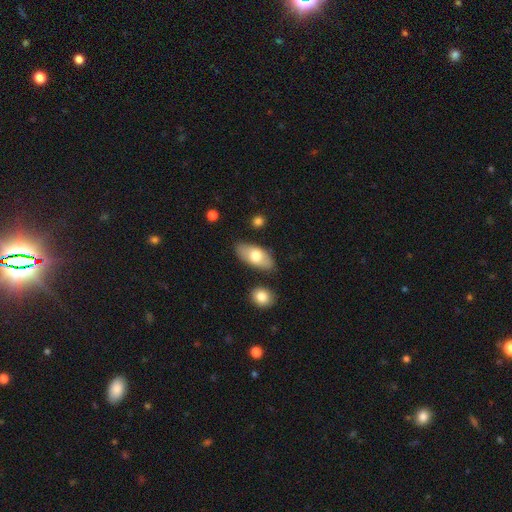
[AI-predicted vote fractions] Smooth or featured? smooth (69%)
How rounded? in between (91%)
Merging? none (82%)